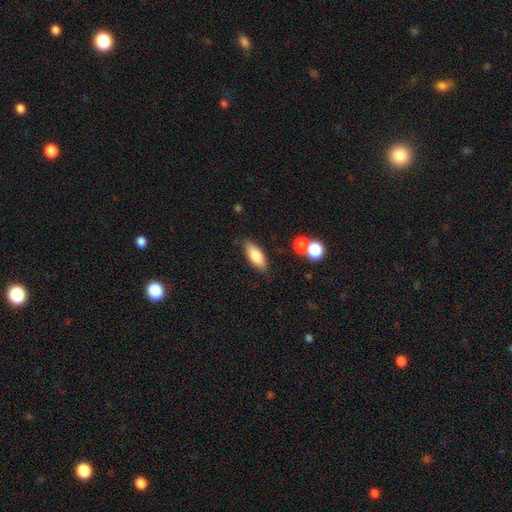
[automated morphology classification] Smooth or featured? smooth (76%)
How rounded? in between (72%)
Merging? none (79%)